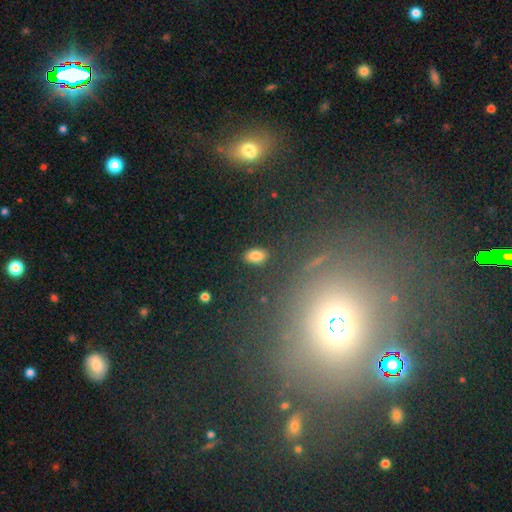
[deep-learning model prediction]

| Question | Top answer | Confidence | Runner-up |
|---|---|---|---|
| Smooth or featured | smooth | 83% | star or artifact (11%) |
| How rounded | in between | 90% | round (8%) |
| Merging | none | 86% | minor disturbance (9%) |